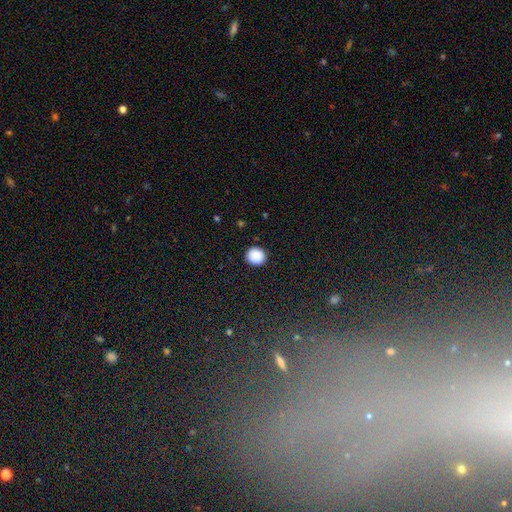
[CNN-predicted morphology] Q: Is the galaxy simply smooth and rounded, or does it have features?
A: smooth — 88%.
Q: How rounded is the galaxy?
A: round — 86%.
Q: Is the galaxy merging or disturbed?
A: none — 90%.